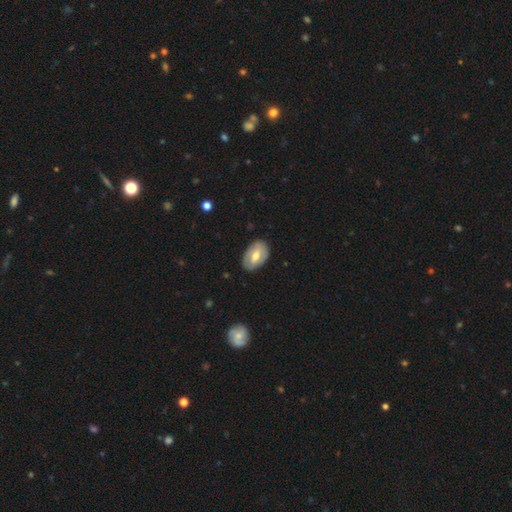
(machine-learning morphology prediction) smooth_or_featured: featured or disk (p=0.47) [tied with: smooth p=0.47]
merging: none (p=0.82) [alt: minor disturbance p=0.14]